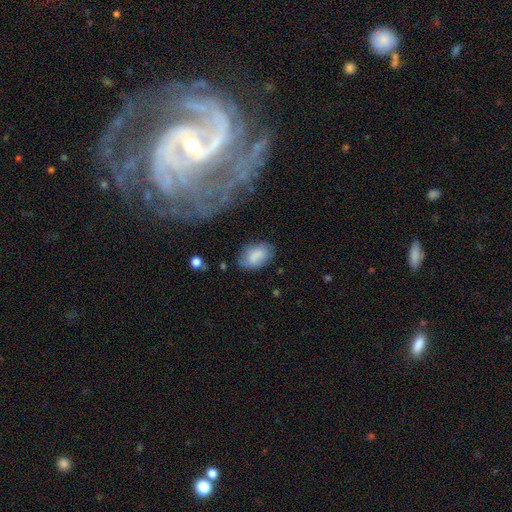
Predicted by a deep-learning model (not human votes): Overall: smooth (77%). How rounded: in between (88%). Merging: none (66%).